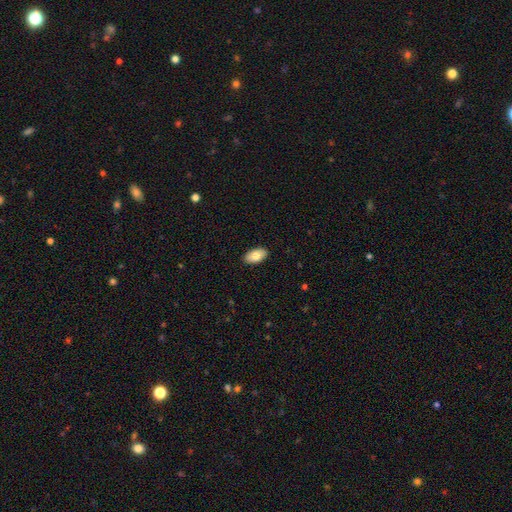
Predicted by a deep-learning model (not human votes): smooth-or-featured: smooth: 79% | featured or disk: 14% | star or artifact: 6%
  how-rounded: in between: 95% | round: 3% | cigar-shaped: 2%
  merging: none: 89% | minor disturbance: 8% | major disturbance: 2% | merger: 1%